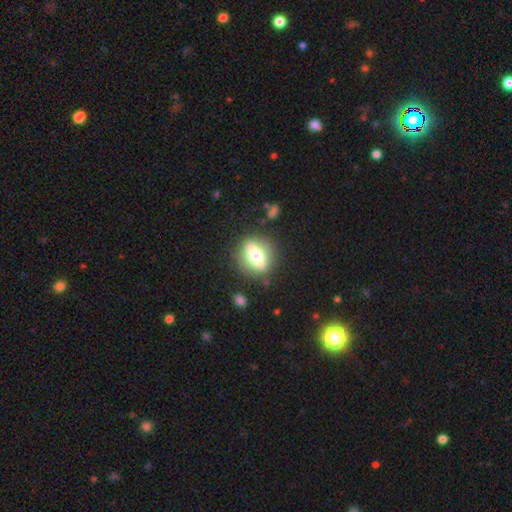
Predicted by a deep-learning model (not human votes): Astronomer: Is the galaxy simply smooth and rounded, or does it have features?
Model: featured or disk — 46% (runner-up: smooth, 45%).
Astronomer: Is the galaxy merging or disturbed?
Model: none — 83%.